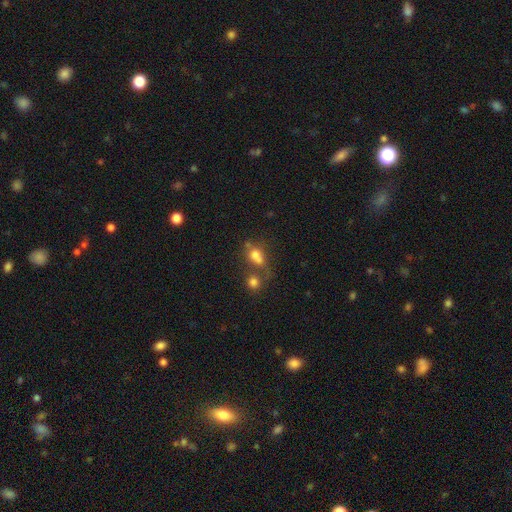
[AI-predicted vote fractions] Morphology: type=smooth (68%); roundness=round (52%); merging=merger (52%).